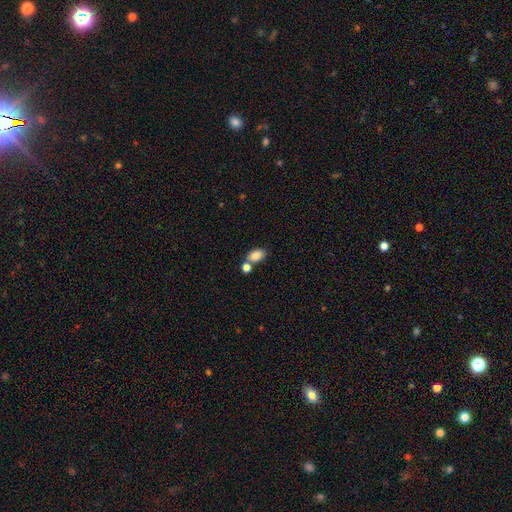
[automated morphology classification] This is clearly a smooth galaxy (85%). How rounded: clearly in between (85%). Merging: possibly none (53%).